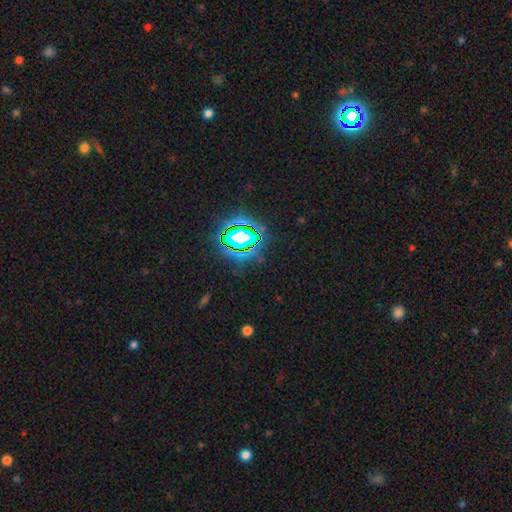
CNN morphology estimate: Smooth or featured? star or artifact (79%)